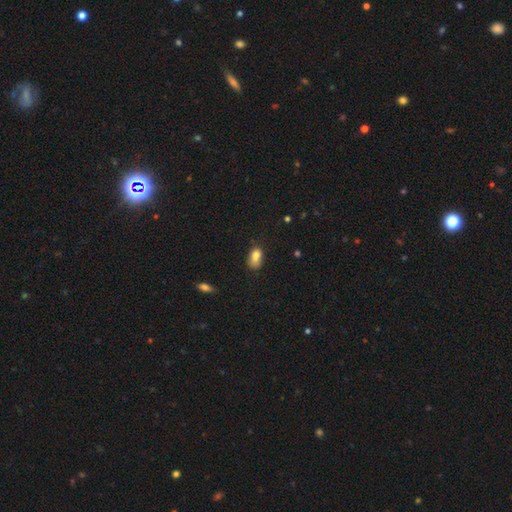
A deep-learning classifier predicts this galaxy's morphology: A smooth galaxy with no disk features (76%) that is in between round and cigar-shaped (79%).

Vote fractions:
- Smooth or featured? smooth: 76% / featured or disk: 13% / star or artifact: 11%
- How rounded? in between: 79% / round: 18% / cigar-shaped: 3%
- Merging? none: 37% / minor disturbance: 29% / merger: 20% / major disturbance: 14%